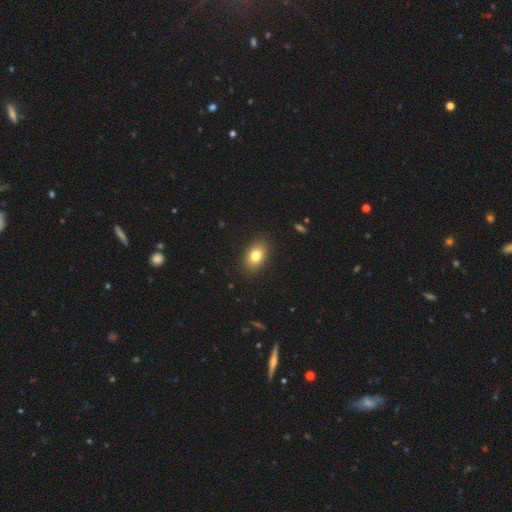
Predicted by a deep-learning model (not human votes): Smooth or featured?
  - smooth: 80% *
  - featured or disk: 11%
  - star or artifact: 9%
How rounded?
  - in between: 85% *
  - round: 13%
  - cigar-shaped: 2%
Merging?
  - none: 89% *
  - minor disturbance: 8%
  - major disturbance: 2%
  - merger: 1%